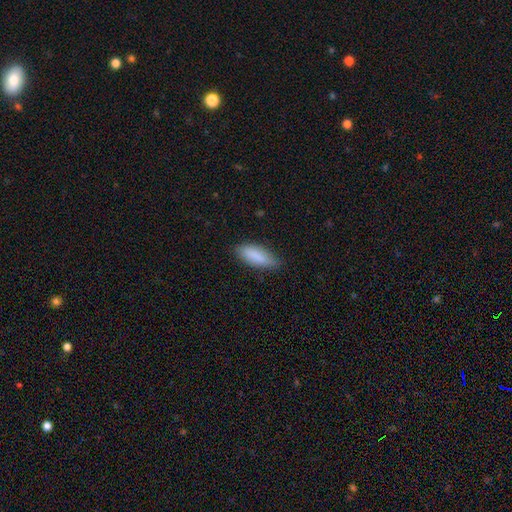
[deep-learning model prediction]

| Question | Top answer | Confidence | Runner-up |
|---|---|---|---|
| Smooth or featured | smooth | 86% | featured or disk (7%) |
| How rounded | in between | 68% | cigar-shaped (30%) |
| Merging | none | 75% | minor disturbance (21%) |